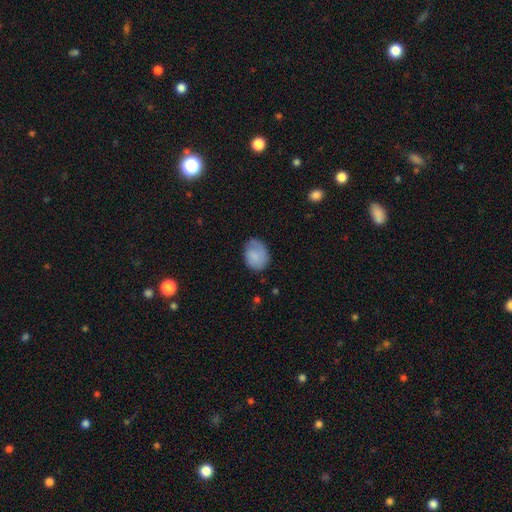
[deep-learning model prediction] Morphology: type=smooth (79%); roundness=in between (58%); merging=none (59%).